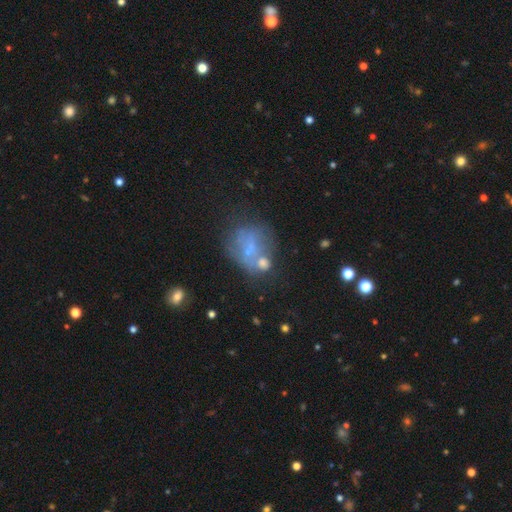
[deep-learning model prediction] smooth_or_featured: smooth (p=0.40) [alt: featured or disk p=0.38]
merging: none (p=0.42) [alt: merger p=0.26]